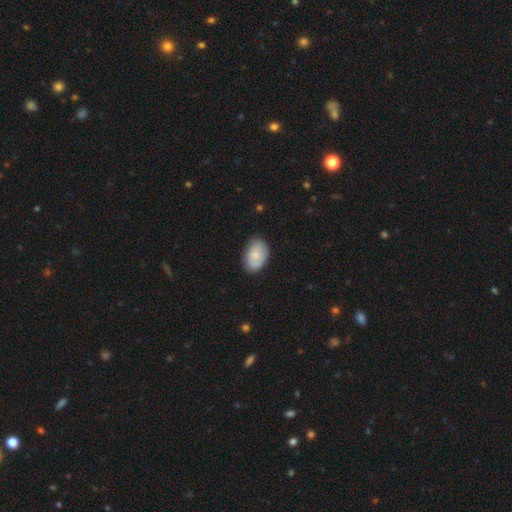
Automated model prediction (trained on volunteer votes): smooth 74%, featured or disk 20%, star or artifact 6%. Down the decision tree: how rounded — in between (87%); merging — none (74%).